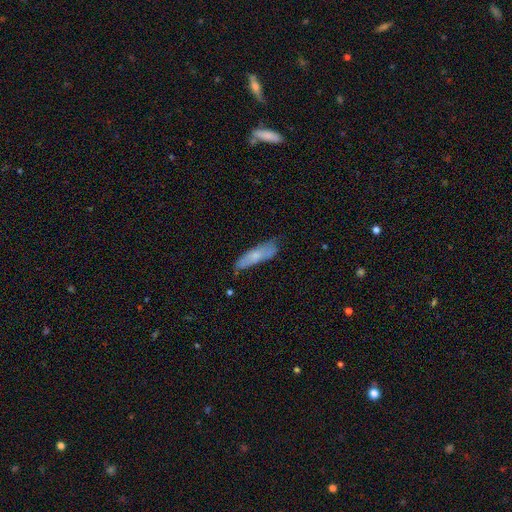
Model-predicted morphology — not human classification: type=smooth (65%); roundness=cigar-shaped (63%); merging=none (64%).